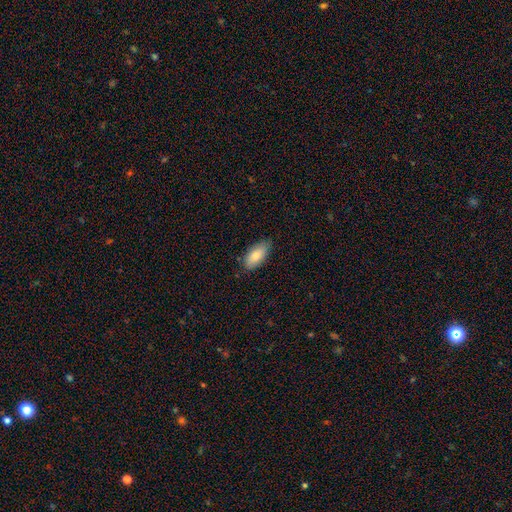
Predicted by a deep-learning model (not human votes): A smooth galaxy with no disk features (84%) that is in between round and cigar-shaped (90%).

Vote fractions:
- Smooth or featured? smooth: 84% / featured or disk: 11% / star or artifact: 6%
- How rounded? in between: 90% / cigar-shaped: 8% / round: 2%
- Merging? none: 81% / minor disturbance: 15% / major disturbance: 2% / merger: 1%